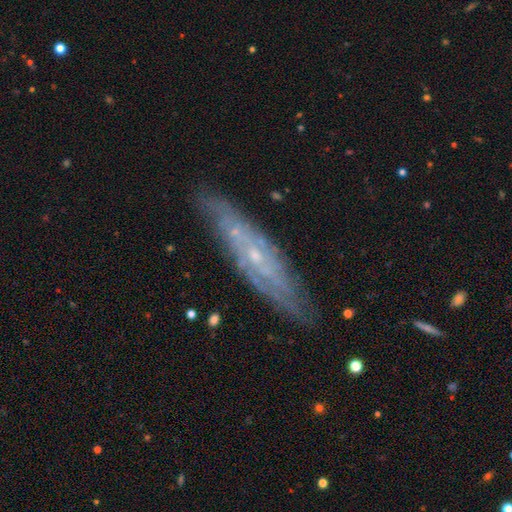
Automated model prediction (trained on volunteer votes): smooth_or_featured: featured or disk (p=0.77) [alt: smooth p=0.16]
disk_edge_on: no (p=0.61) [alt: yes p=0.39]
merging: none (p=0.79) [alt: minor disturbance p=0.16]